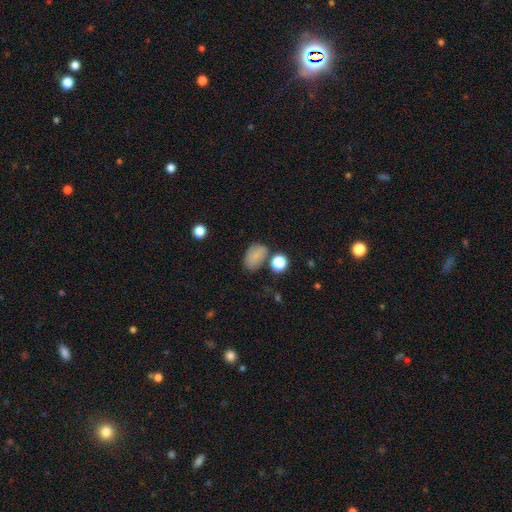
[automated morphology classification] Overall: smooth (79%). How rounded: in between (83%). Merging: none (63%).